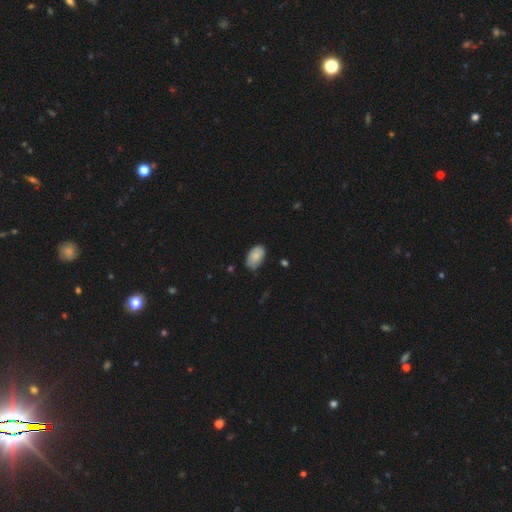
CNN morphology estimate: smooth-or-featured: smooth: 81% | featured or disk: 12% | star or artifact: 7%
  how-rounded: in between: 92% | round: 7% | cigar-shaped: 1%
  merging: none: 73% | minor disturbance: 23% | major disturbance: 3% | merger: 1%